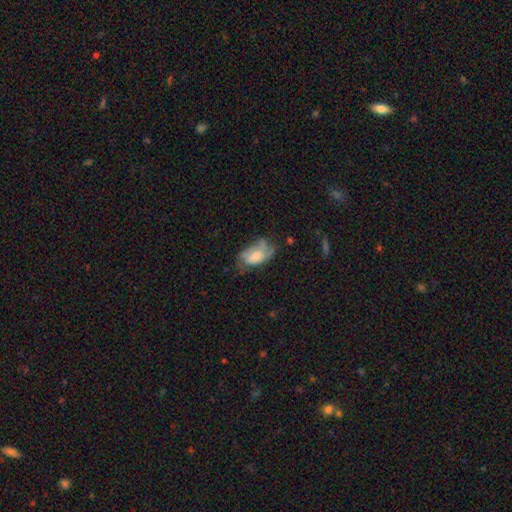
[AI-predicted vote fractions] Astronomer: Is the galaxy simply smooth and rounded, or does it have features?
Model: smooth — 57% (runner-up: featured or disk, 35%).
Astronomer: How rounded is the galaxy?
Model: in between — 92%.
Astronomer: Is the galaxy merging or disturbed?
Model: none — 36% (runner-up: minor disturbance, 35%).